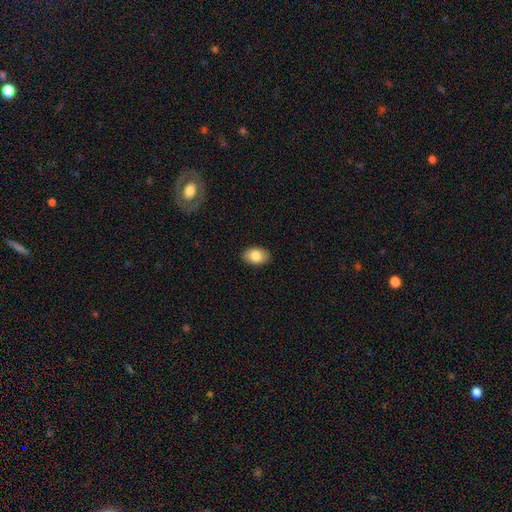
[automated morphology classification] A smooth galaxy with no disk features (85%) that is in between round and cigar-shaped (86%).

Vote fractions:
- Smooth or featured? smooth: 85% / featured or disk: 8% / star or artifact: 7%
- How rounded? in between: 86% / round: 12% / cigar-shaped: 1%
- Merging? none: 89% / minor disturbance: 8% / major disturbance: 2% / merger: 1%